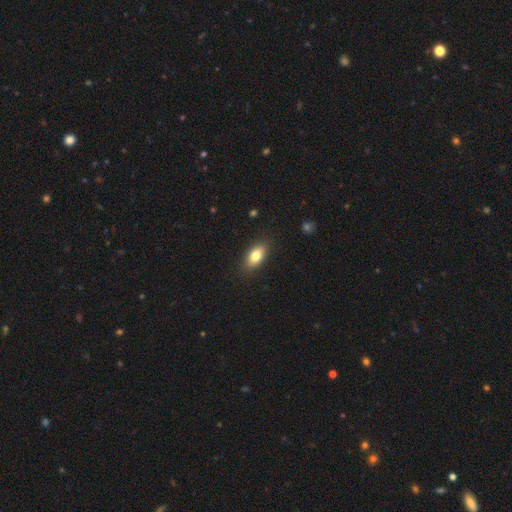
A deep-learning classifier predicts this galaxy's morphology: smooth_or_featured: smooth (p=0.80) [alt: featured or disk p=0.13]
how_rounded: in between (p=0.89) [alt: cigar-shaped p=0.06]
merging: none (p=0.88) [alt: minor disturbance p=0.09]